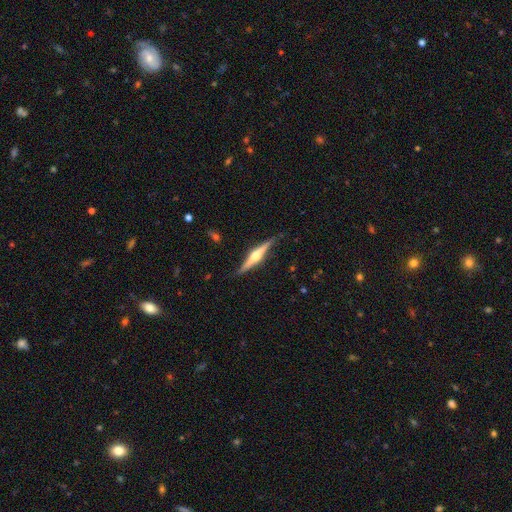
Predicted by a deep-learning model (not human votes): Smooth or featured?
  - featured or disk: 76% *
  - smooth: 19%
  - star or artifact: 5%
Edge-on disk?
  - yes: 98% *
  - no: 2%
Edge-on bulge?
  - rounded: 92% *
  - boxy: 5%
  - none: 3%
Merging?
  - none: 86% *
  - minor disturbance: 11%
  - major disturbance: 2%
  - merger: 1%